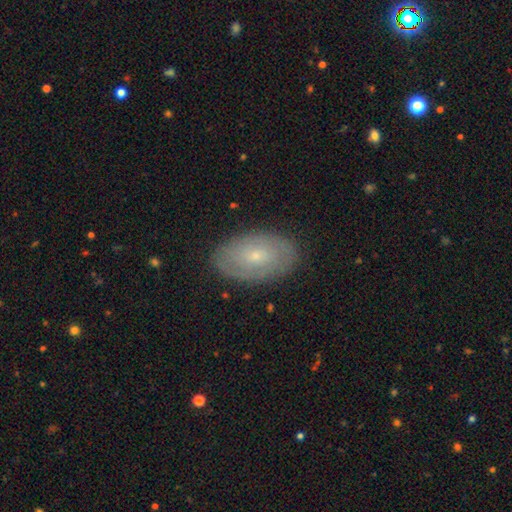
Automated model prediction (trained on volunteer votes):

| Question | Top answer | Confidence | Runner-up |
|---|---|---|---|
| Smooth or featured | featured or disk | 52% | smooth (40%) |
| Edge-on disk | no | 93% | yes (7%) |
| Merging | none | 83% | minor disturbance (13%) |